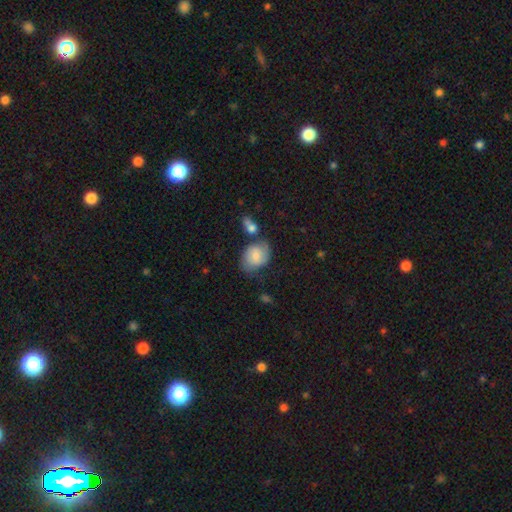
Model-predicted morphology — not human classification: This appears to be a smooth galaxy with no disk features (65%) that is in between round and cigar-shaped (66%). Merging: none (52%).